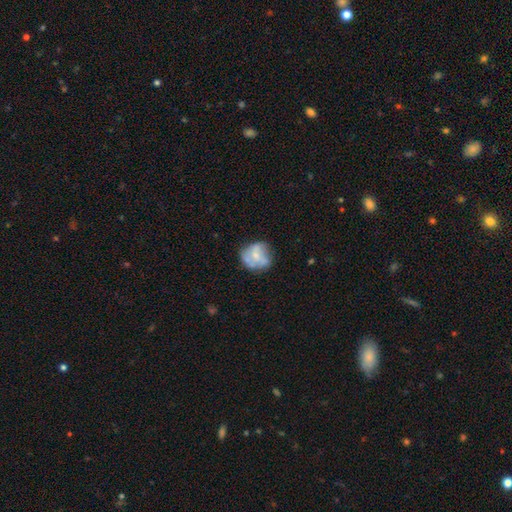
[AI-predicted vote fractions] Smooth or featured: featured or disk — 46% (tied with smooth — 46%)
Merging: none — 57% (minor disturbance — 25%)